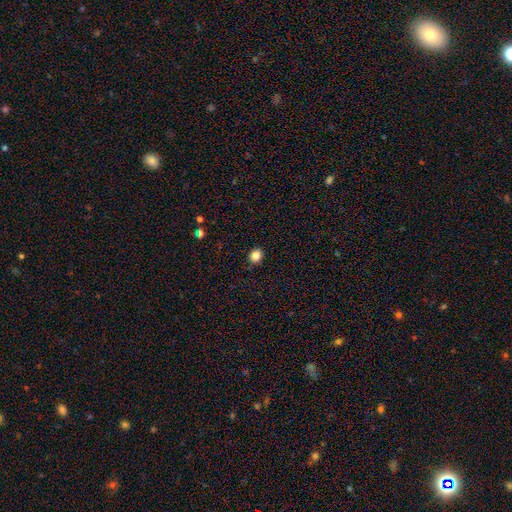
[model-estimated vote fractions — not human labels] This appears to be a smooth galaxy with no disk features (84%) that is round (81%). Merging: none (89%).